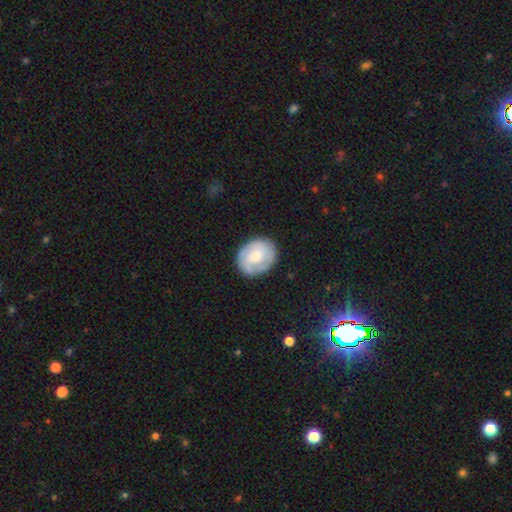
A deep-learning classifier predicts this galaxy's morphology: A smooth galaxy with no disk features (55%) that is round (51%). Merging: none (75%).